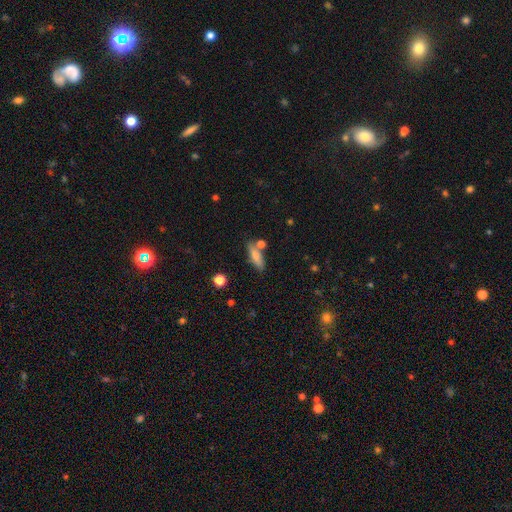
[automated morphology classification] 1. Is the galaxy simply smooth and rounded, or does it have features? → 75% smooth, 17% featured or disk, 8% star or artifact.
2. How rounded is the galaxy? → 52% cigar-shaped, 45% in between, 3% round.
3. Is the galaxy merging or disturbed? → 69% none, 15% minor disturbance, 12% merger, 4% major disturbance.